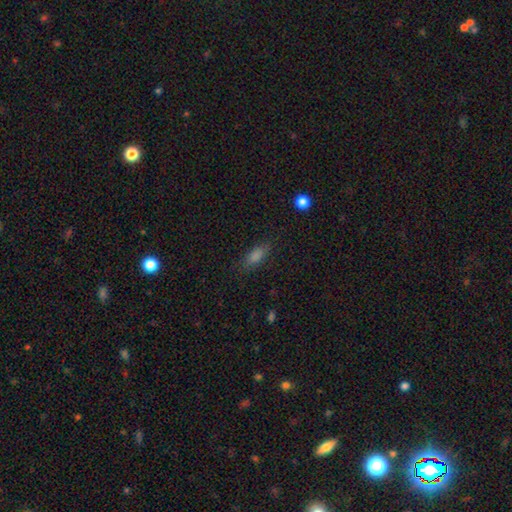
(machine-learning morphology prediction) The model was most divided on "how rounded": in between: 63%, cigar-shaped: 32%, round: 4%. More confident: merging — none (81%); smooth or featured — smooth (74%).